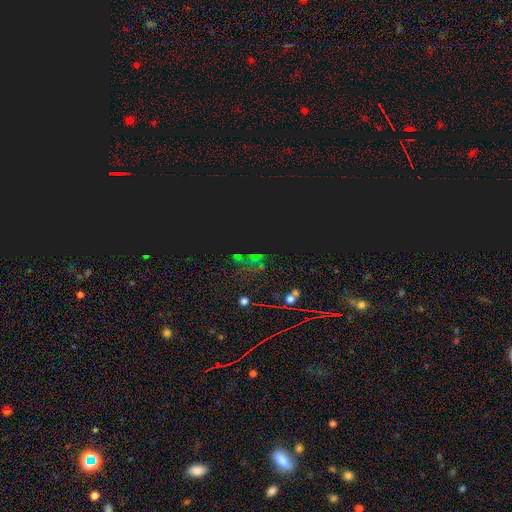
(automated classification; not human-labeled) This is likely a star or artifact rather than a galaxy (71%).